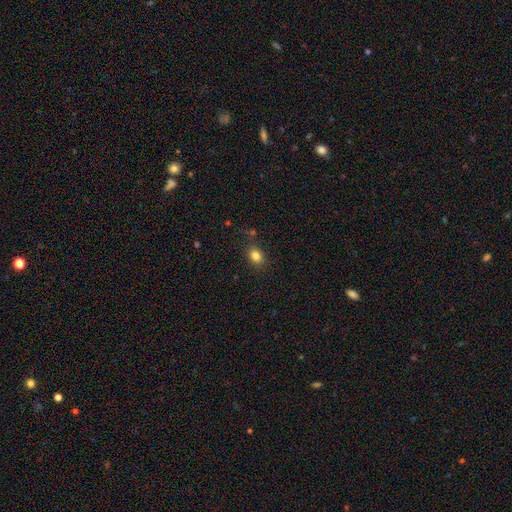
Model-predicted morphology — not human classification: Smooth or featured: smooth — 83% (star or artifact — 11%)
How rounded: in between — 67% (round — 32%)
Merging: none — 80% (minor disturbance — 12%)